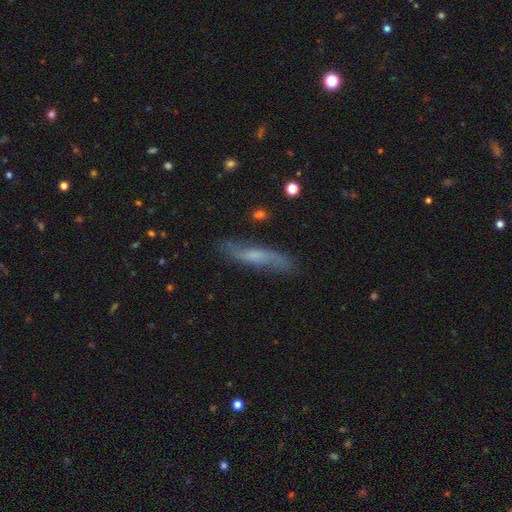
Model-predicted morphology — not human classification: A featured or disk galaxy (53%).

Vote fractions:
- Smooth or featured? featured or disk: 53% / smooth: 39% / star or artifact: 8%
- Edge-on disk? no: 56% / yes: 44%
- Merging? none: 76% / minor disturbance: 18% / major disturbance: 5% / merger: 2%